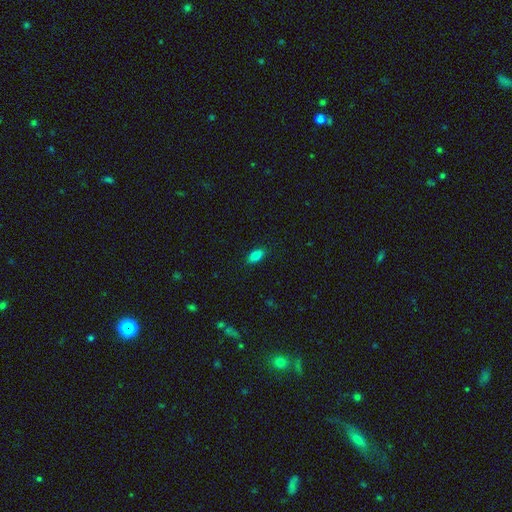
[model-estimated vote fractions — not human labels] This appears to be a smooth galaxy with no disk features (83%) that is in between round and cigar-shaped (88%). Merging: none (88%).